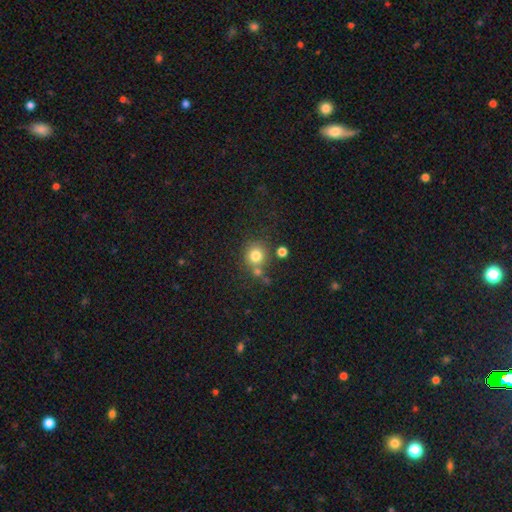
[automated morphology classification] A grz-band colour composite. It shows a smooth galaxy with no disk features (78%) that is round (90%). Merging: none (68%).